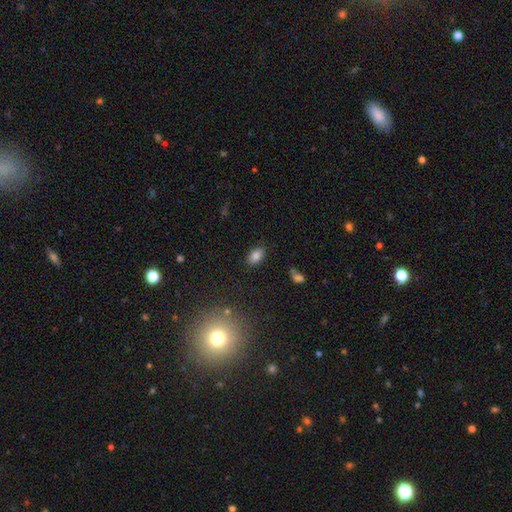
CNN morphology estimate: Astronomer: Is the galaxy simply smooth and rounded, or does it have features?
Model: smooth — 83%.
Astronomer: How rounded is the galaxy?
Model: in between — 89%.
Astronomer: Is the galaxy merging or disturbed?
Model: none — 84%.